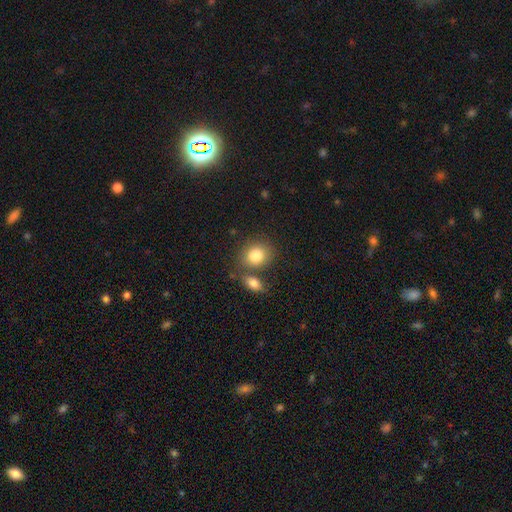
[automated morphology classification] Smooth or featured? smooth (83%)
How rounded? round (64%)
Merging? none (61%)